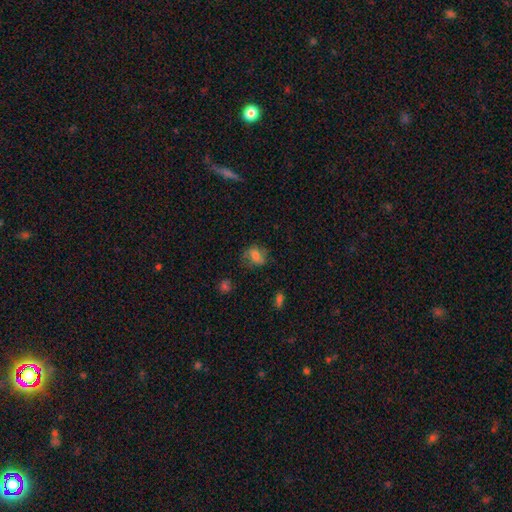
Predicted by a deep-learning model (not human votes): smooth_or_featured: smooth (p=0.60) [alt: featured or disk p=0.30]
how_rounded: in between (p=0.52) [alt: round p=0.46]
merging: none (p=0.61) [alt: minor disturbance p=0.24]